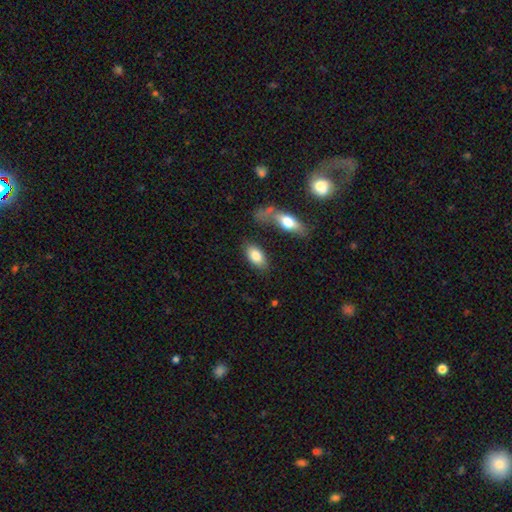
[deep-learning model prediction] Smooth or featured? Predicted: smooth (p=0.81). How rounded? Predicted: in between (p=0.90). Merging? Predicted: none (p=0.75).